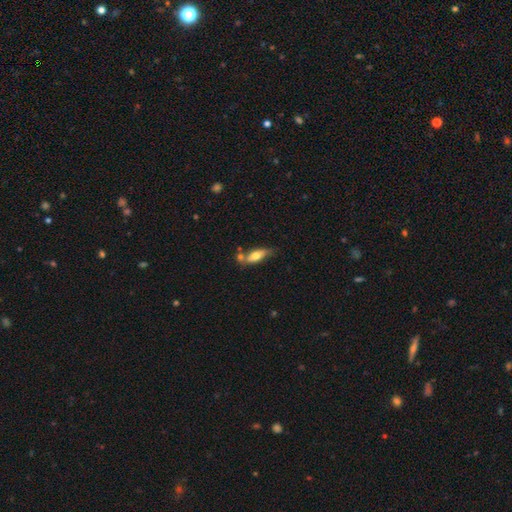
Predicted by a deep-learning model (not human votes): Smooth or featured?
  - smooth: 61% *
  - featured or disk: 32%
  - star or artifact: 7%
How rounded?
  - in between: 65% *
  - cigar-shaped: 32%
  - round: 3%
Merging?
  - none: 52% *
  - merger: 23%
  - minor disturbance: 20%
  - major disturbance: 6%